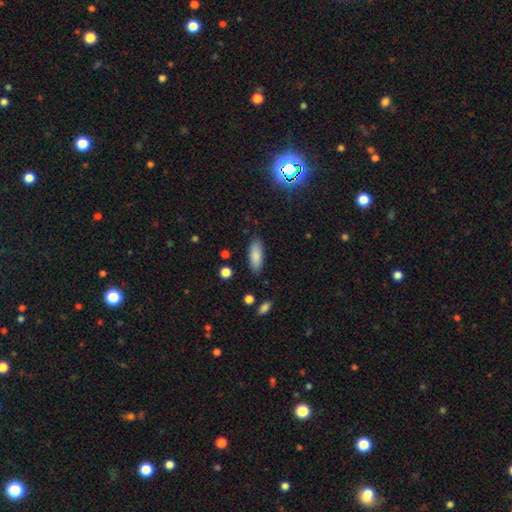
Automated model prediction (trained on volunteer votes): Smooth or featured: smooth — 86% (featured or disk — 7%)
How rounded: in between — 74% (cigar-shaped — 24%)
Merging: none — 85% (minor disturbance — 10%)